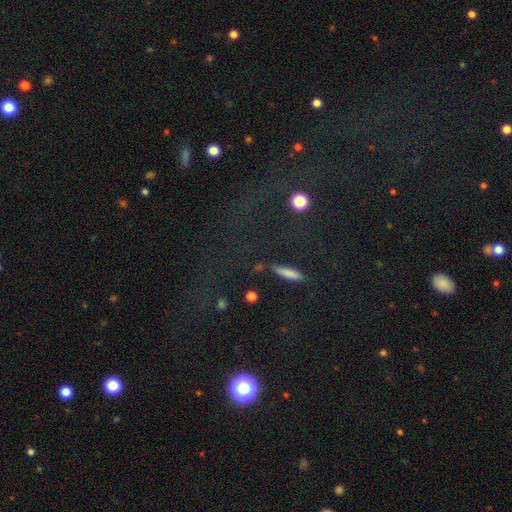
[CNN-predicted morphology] Smooth or featured: star or artifact — 66% (smooth — 21%)